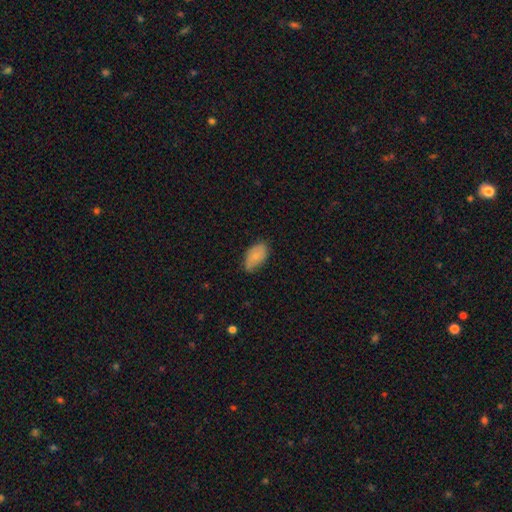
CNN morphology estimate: Smooth or featured? Predicted: smooth (p=0.76). How rounded? Predicted: in between (p=0.93). Merging? Predicted: none (p=0.67).